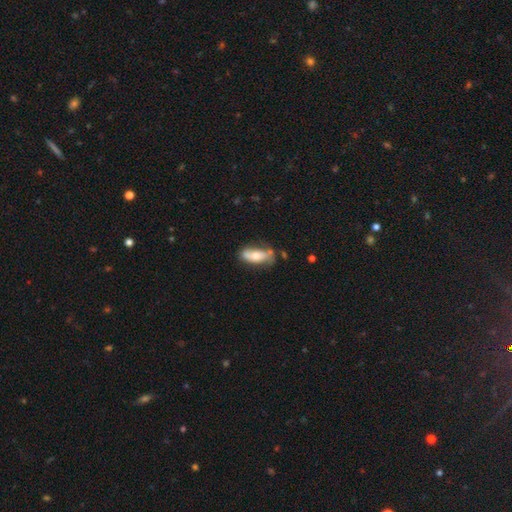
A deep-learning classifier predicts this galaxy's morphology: A smooth galaxy with no disk features (56%) that is in between round and cigar-shaped (77%). Merging: none (53%).